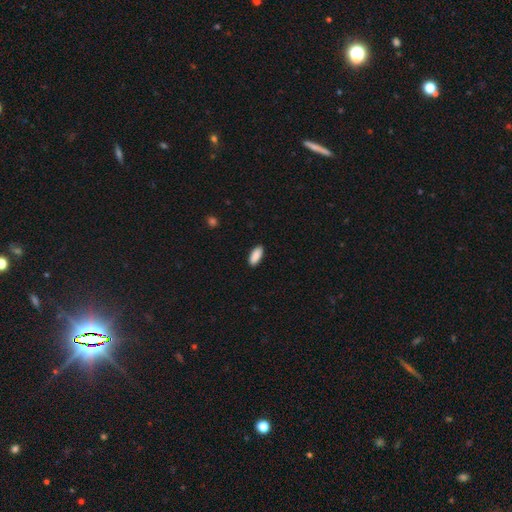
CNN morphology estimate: The model was most divided on "how rounded": in between: 84%, cigar-shaped: 14%, round: 2%. More confident: smooth or featured — smooth (91%); merging — none (89%).